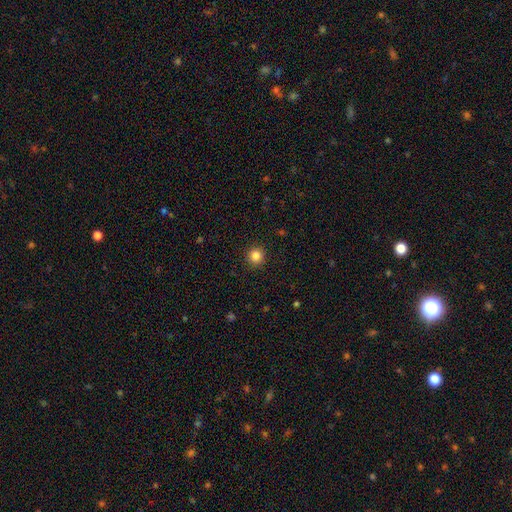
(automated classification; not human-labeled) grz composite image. It shows a smooth galaxy with no disk features (85%) that is round (94%). Merging: none (92%).